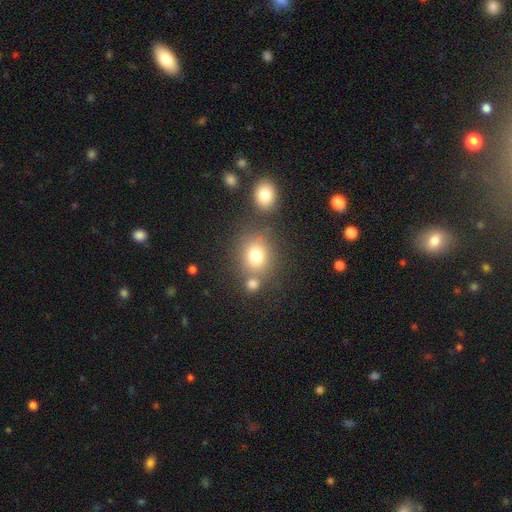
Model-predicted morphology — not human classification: Q: Smooth or featured?
A: smooth (76%); runner-up: star or artifact (14%)
Q: How rounded?
A: round (71%); runner-up: in between (28%)
Q: Merging?
A: none (63%); runner-up: merger (21%)